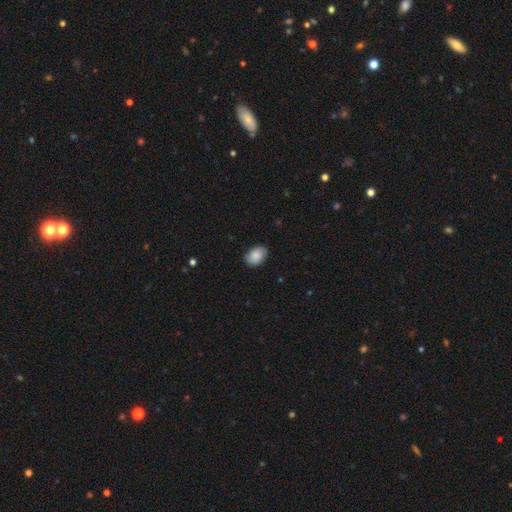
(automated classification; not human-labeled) Overall: smooth (83%). How rounded: in between (77%). Merging: none (83%).